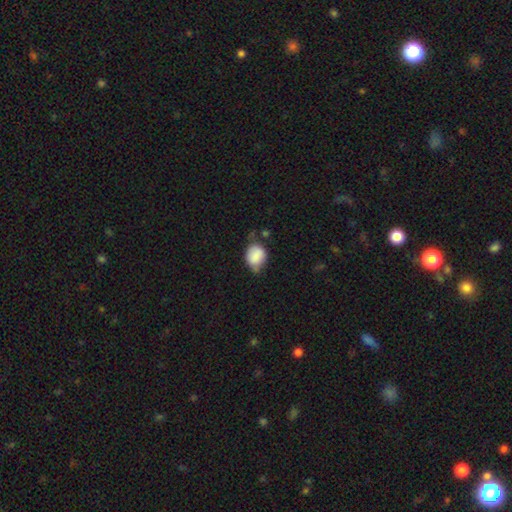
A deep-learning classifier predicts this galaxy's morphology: Q: Smooth or featured?
A: smooth (83%); runner-up: featured or disk (9%)
Q: How rounded?
A: round (52%); runner-up: in between (47%)
Q: Merging?
A: none (46%); runner-up: minor disturbance (36%)